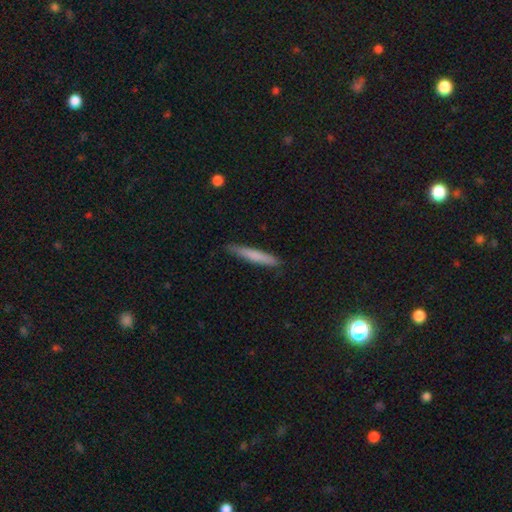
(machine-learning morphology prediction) Smooth or featured? Predicted: smooth (p=0.73). How rounded? Predicted: cigar-shaped (p=0.95). Merging? Predicted: none (p=0.86).